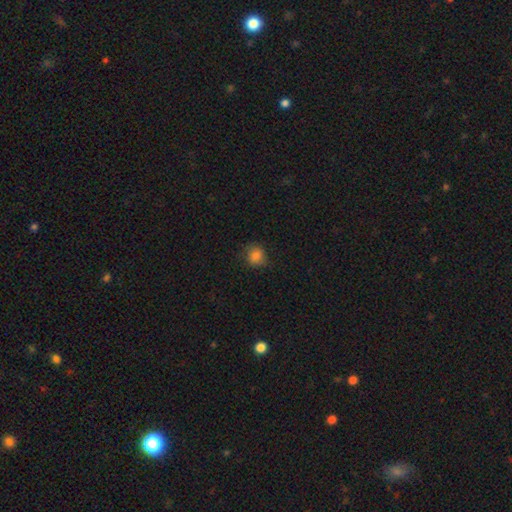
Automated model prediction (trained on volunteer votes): Morphology: type=smooth (82%); roundness=round (81%); merging=none (79%).